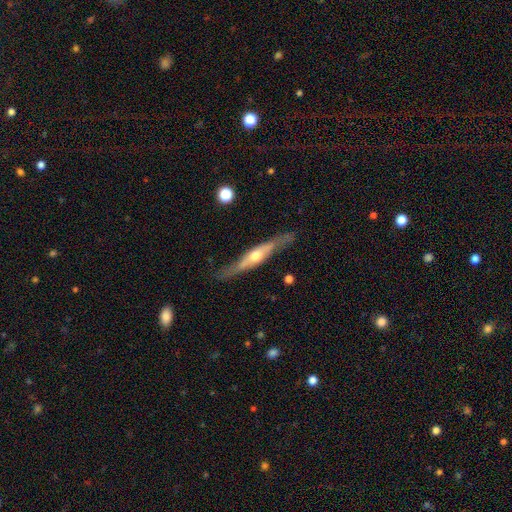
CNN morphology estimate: smooth_or_featured: featured or disk (p=0.72) [alt: smooth p=0.22]
disk_edge_on: yes (p=0.90) [alt: no p=0.10]
edge_on_bulge: rounded (p=0.87) [alt: none p=0.08]
merging: none (p=0.81) [alt: minor disturbance p=0.14]